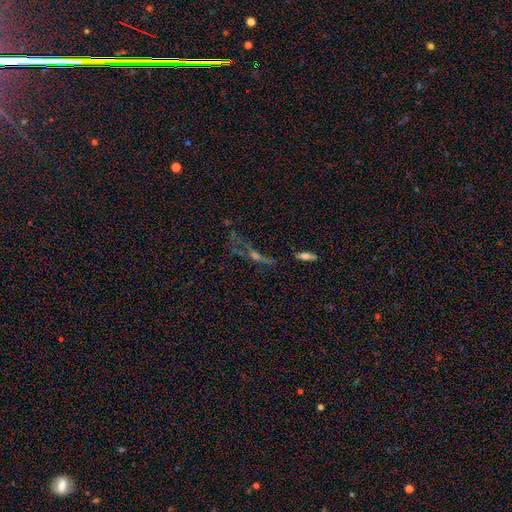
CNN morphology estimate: type=featured or disk (40%); merging=none (41%).